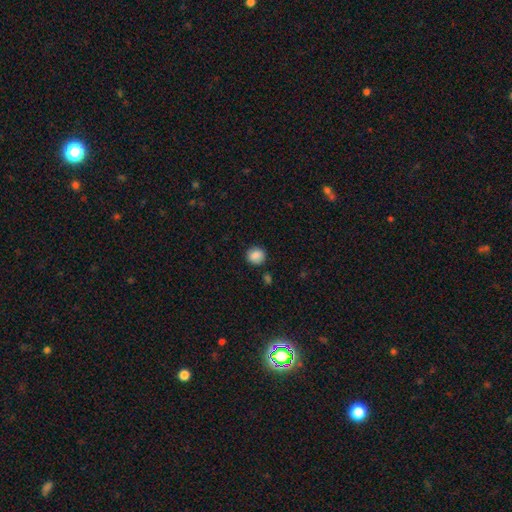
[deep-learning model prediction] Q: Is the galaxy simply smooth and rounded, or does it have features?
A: smooth — 87%.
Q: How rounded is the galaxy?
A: round — 84%.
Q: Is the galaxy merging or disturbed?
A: none — 84%.